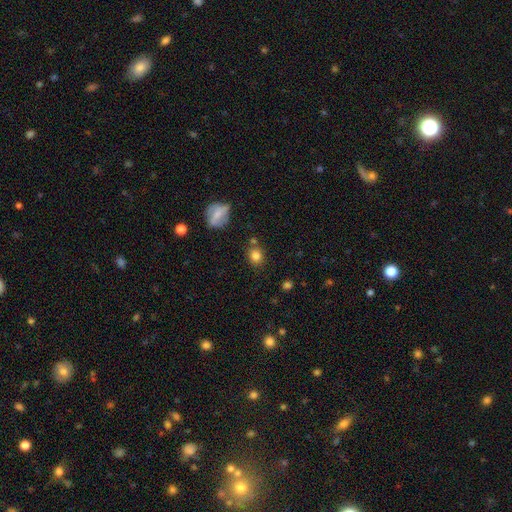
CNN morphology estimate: Overall: smooth (82%). How rounded: round (72%). Merging: none (73%).